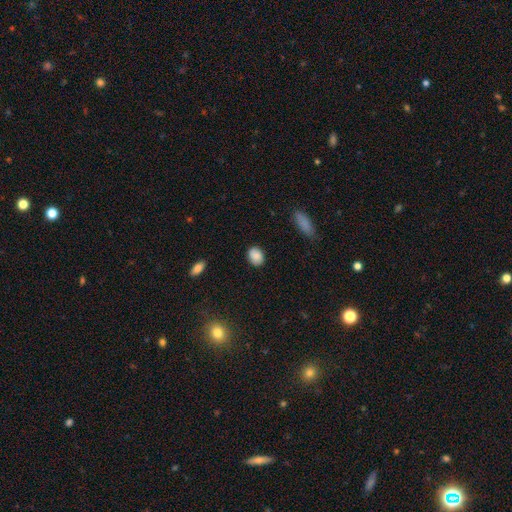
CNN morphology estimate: This is clearly a smooth galaxy (87%). How rounded: likely in between (69%). Merging: clearly none (84%).